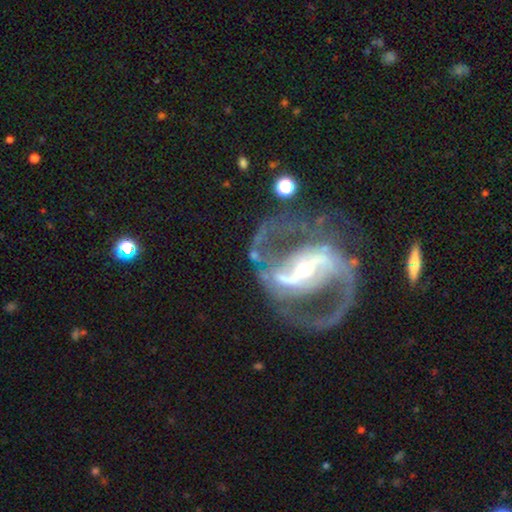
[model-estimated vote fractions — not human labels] Morphology: type=featured or disk (90%); edge-on=no (96%); bar=strong (67%); spiral arms=yes (94%); winding=medium (50%); arm count=2 (89%); bulge=small (50%); merging=none (59%).